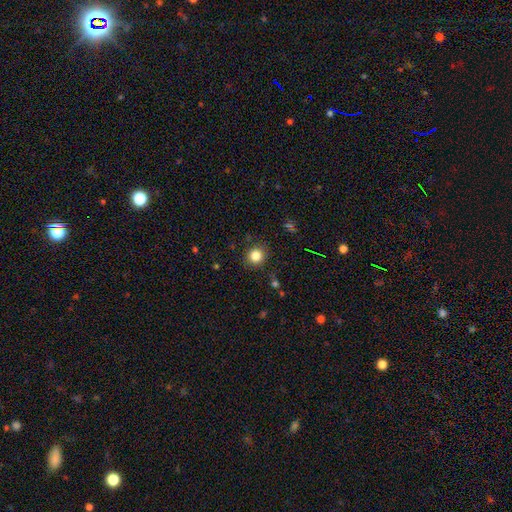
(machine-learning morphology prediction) Overall: smooth (83%). How rounded: round (88%). Merging: none (87%).